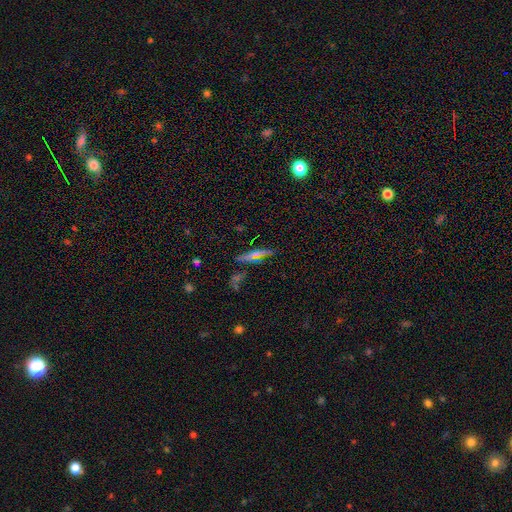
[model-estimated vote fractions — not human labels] A smooth galaxy with no disk features (49%).

Vote fractions:
- Smooth or featured? smooth: 49% / featured or disk: 32% / star or artifact: 19%
- Merging? none: 76% / minor disturbance: 13% / merger: 6% / major disturbance: 5%